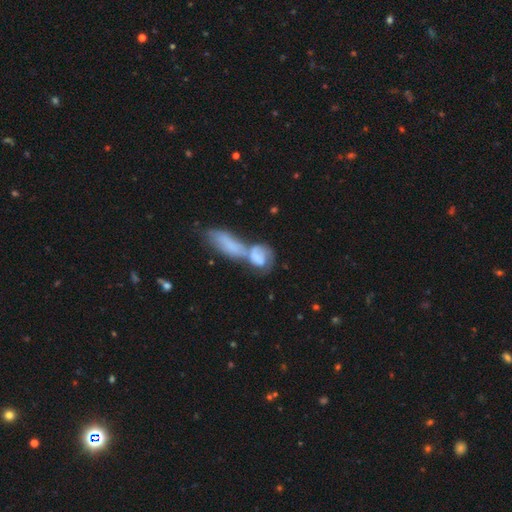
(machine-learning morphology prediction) Overall: smooth (50%; featured or disk 42%). How rounded: in between (70%). Merging: merger (66%).